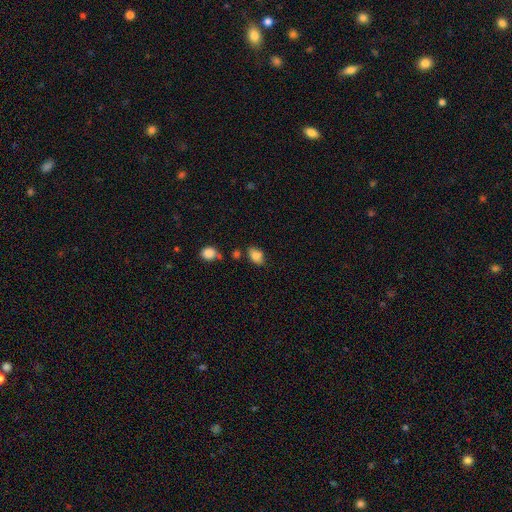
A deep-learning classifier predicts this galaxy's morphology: Smooth or featured: smooth — 82% (star or artifact — 9%)
How rounded: in between — 83% (round — 16%)
Merging: none — 72% (minor disturbance — 18%)